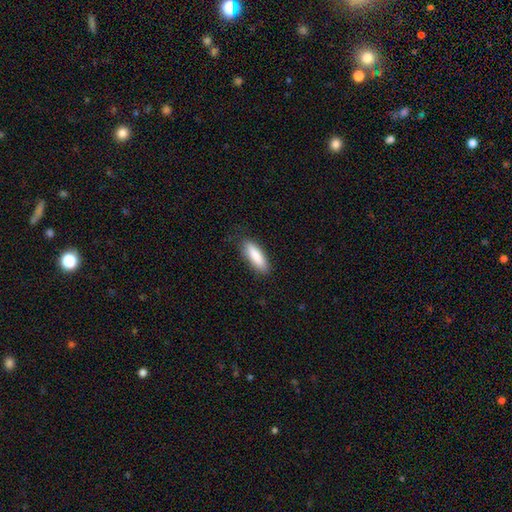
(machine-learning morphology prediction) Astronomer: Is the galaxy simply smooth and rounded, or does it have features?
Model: smooth — 85%.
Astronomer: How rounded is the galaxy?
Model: cigar-shaped — 50% (runner-up: in between, 48%).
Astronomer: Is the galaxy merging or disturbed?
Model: none — 85%.